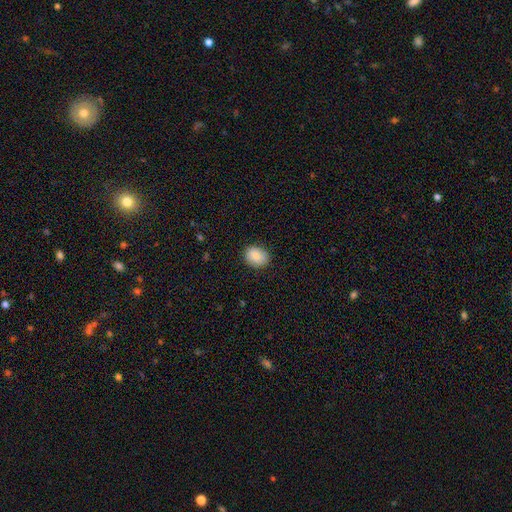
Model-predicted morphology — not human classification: Smooth or featured?
  - smooth: 85% *
  - star or artifact: 8%
  - featured or disk: 7%
How rounded?
  - in between: 53% *
  - round: 46%
  - cigar-shaped: 1%
Merging?
  - none: 85% *
  - minor disturbance: 11%
  - major disturbance: 3%
  - merger: 1%